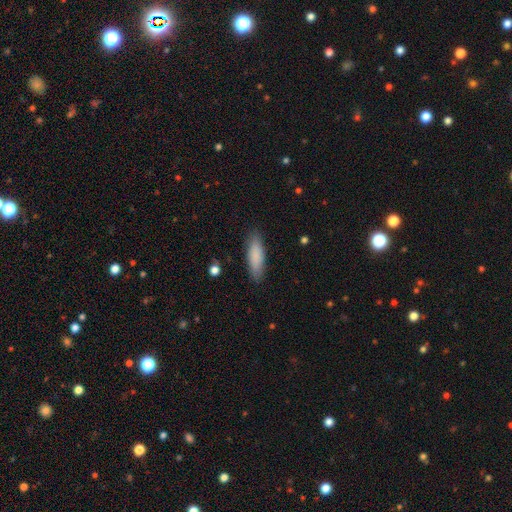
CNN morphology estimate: smooth 86%, featured or disk 8%, star or artifact 6%. Down the decision tree: how rounded — cigar-shaped (54%); merging — none (88%).